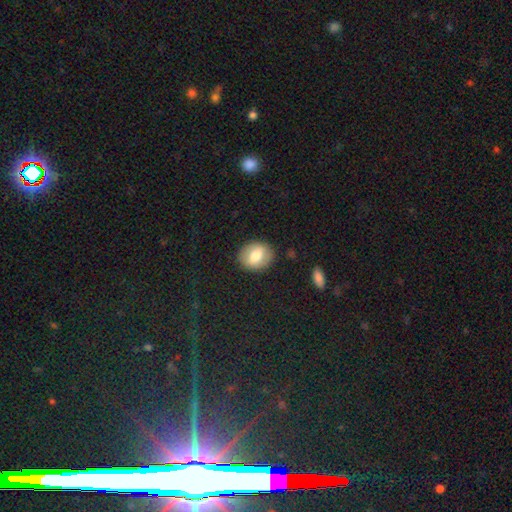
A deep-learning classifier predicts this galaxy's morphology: This is likely a smooth galaxy (69%). How rounded: possibly round (52%). Merging: clearly none (87%).